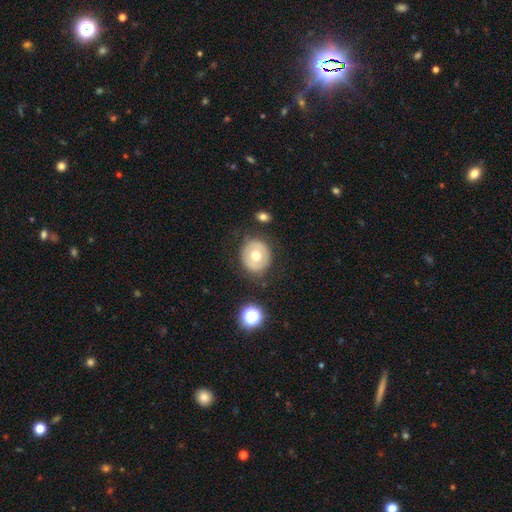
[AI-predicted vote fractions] Overall: smooth (58%; featured or disk 33%). How rounded: round (86%). Merging: none (81%).